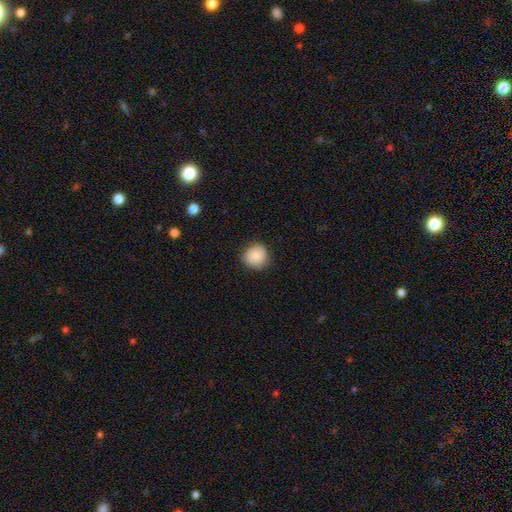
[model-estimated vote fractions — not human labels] A smooth galaxy with no disk features (83%) that is round (89%). Merging: none (82%).